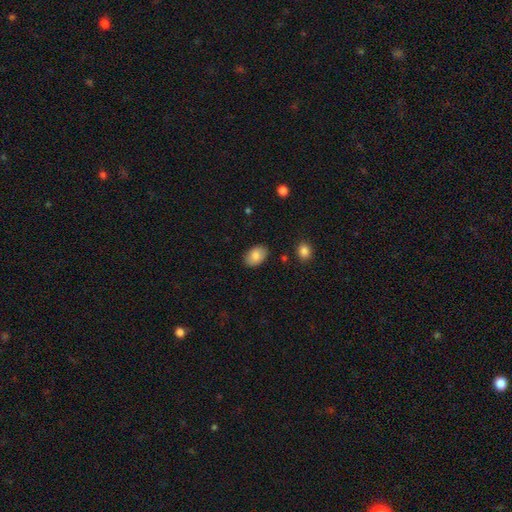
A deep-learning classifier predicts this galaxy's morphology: A smooth galaxy with no disk features (84%) that is in between round and cigar-shaped (89%).

Vote fractions:
- Smooth or featured? smooth: 84% / featured or disk: 9% / star or artifact: 7%
- How rounded? in between: 89% / round: 10% / cigar-shaped: 1%
- Merging? none: 86% / minor disturbance: 10% / major disturbance: 2% / merger: 2%